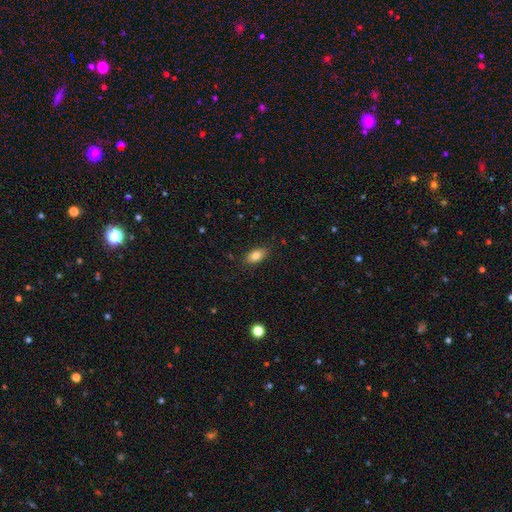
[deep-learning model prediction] Smooth or featured: smooth — 82% (featured or disk — 9%)
How rounded: in between — 89% (round — 6%)
Merging: none — 84% (minor disturbance — 12%)